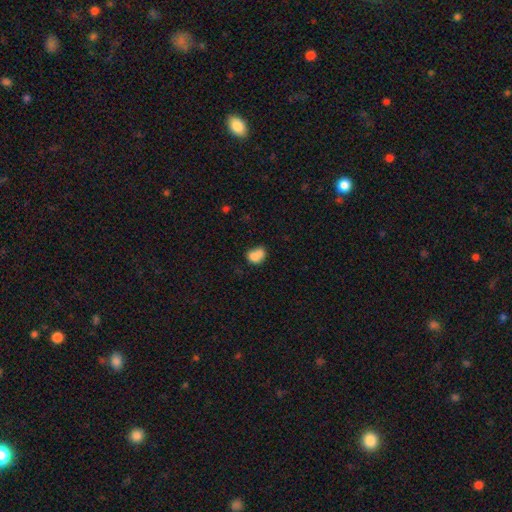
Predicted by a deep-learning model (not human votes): Morphology: type=smooth (76%); roundness=in between (53%); merging=merger (53%).